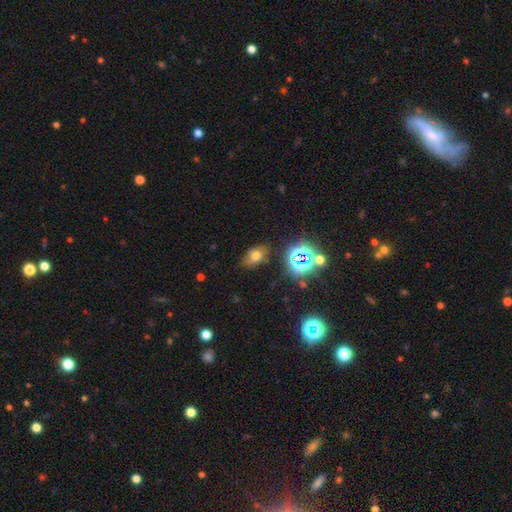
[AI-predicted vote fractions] smooth-or-featured: smooth: 62% | star or artifact: 24% | featured or disk: 15%
  how-rounded: in between: 80% | round: 19% | cigar-shaped: 2%
  merging: none: 76% | minor disturbance: 16% | major disturbance: 5% | merger: 3%